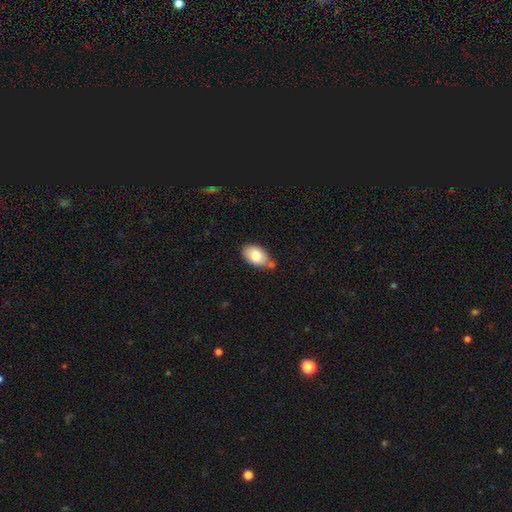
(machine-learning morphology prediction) This appears to be a smooth galaxy with no disk features (81%) that is in between round and cigar-shaped (92%). Merging: none (61%).